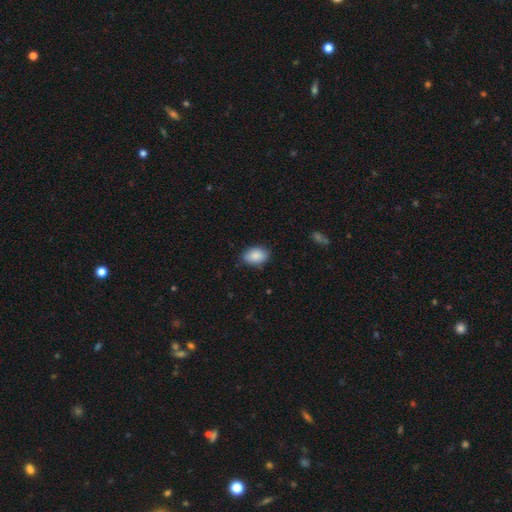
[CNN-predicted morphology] A smooth galaxy with no disk features (87%) that is in between round and cigar-shaped (83%). Merging: none (81%).